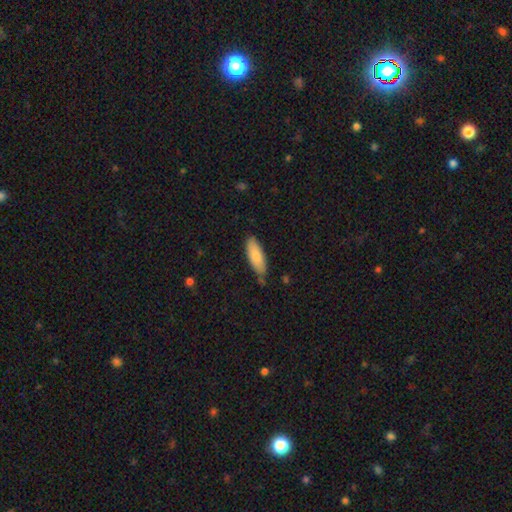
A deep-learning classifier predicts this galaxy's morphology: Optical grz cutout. It shows a smooth galaxy with no disk features (83%) that is in between round and cigar-shaped (68%). Merging: none (73%).